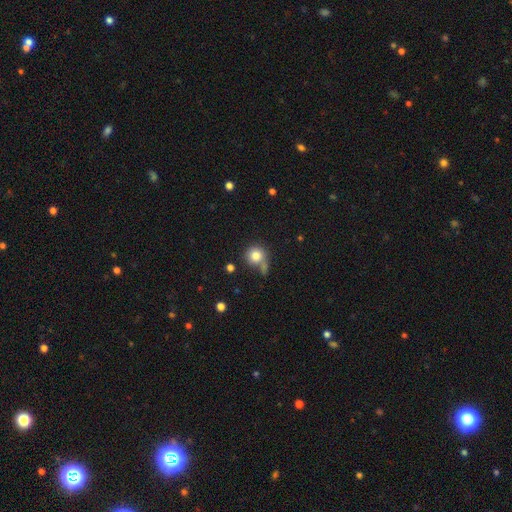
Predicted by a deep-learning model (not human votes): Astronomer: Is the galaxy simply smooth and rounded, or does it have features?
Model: smooth — 80%.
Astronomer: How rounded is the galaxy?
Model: round — 90%.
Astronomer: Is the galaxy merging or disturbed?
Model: none — 58%.